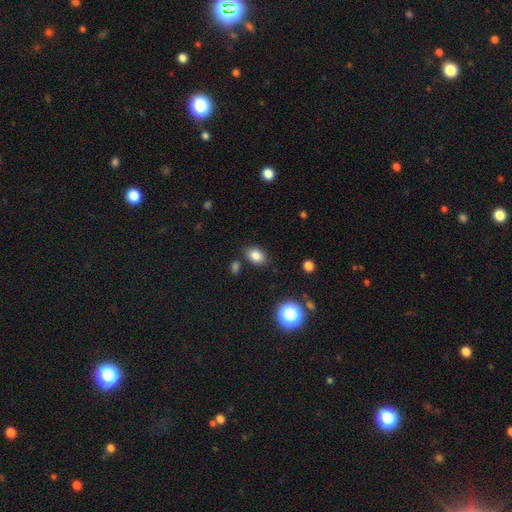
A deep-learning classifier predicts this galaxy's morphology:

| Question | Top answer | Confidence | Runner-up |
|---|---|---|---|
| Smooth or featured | smooth | 82% | star or artifact (11%) |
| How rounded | in between | 73% | round (26%) |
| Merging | none | 81% | minor disturbance (12%) |